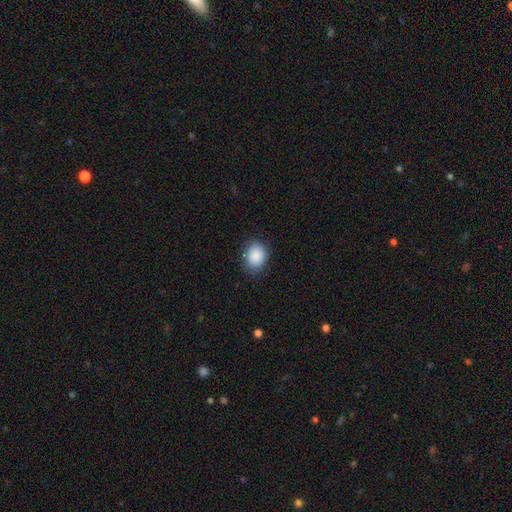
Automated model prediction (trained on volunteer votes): This is clearly a smooth galaxy (89%). How rounded: possibly round (57%). Merging: clearly none (83%).